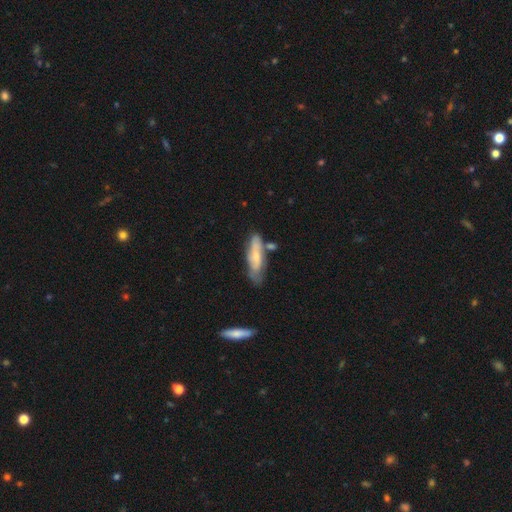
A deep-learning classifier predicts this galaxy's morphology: A smooth galaxy with no disk features (54%) that is cigar-shaped (57%).

Vote fractions:
- Smooth or featured? smooth: 54% / featured or disk: 40% / star or artifact: 6%
- How rounded? cigar-shaped: 57% / in between: 41% / round: 2%
- Merging? none: 58% / minor disturbance: 25% / merger: 11% / major disturbance: 6%